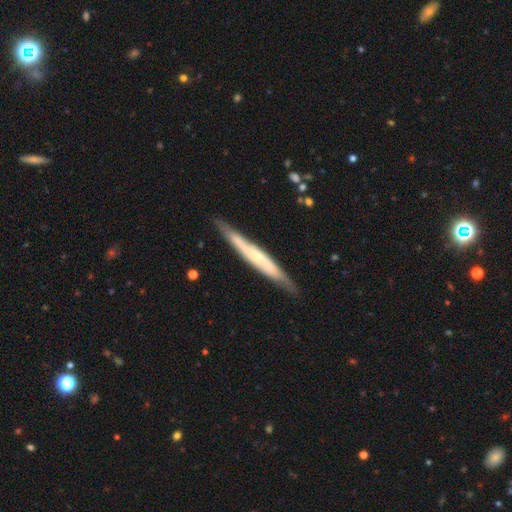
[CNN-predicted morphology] smooth-or-featured: featured or disk: 62% | smooth: 32% | star or artifact: 6%
  disk-edge-on: yes: 83% | no: 17%
    edge-on-bulge: none: 52% | rounded: 37% | boxy: 10%
  merging: none: 82% | minor disturbance: 14% | major disturbance: 3% | merger: 2%